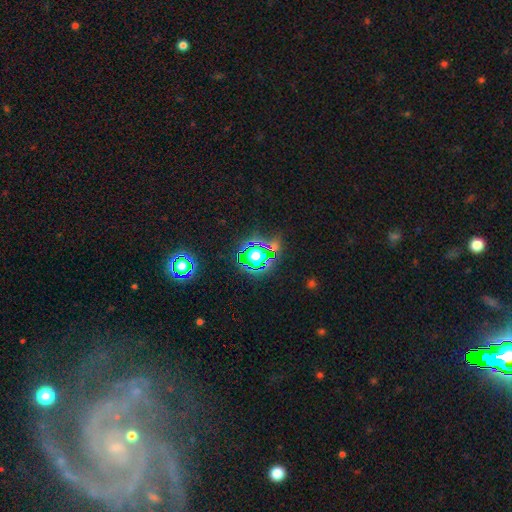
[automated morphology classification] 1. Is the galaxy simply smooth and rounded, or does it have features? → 57% star or artifact, 30% smooth, 13% featured or disk.